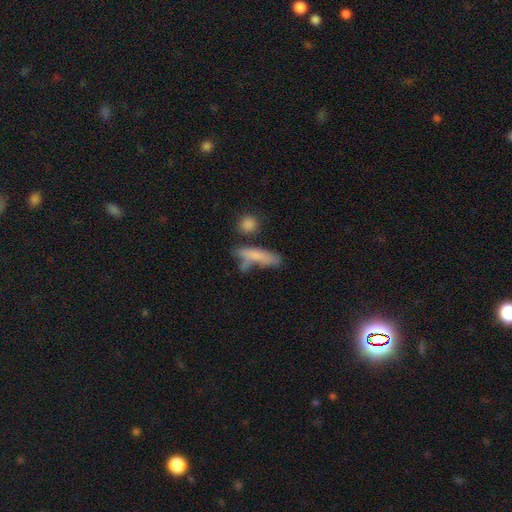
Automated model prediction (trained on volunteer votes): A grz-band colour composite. It shows a smooth galaxy with no disk features (70%) that is cigar-shaped (68%). Merging: none (50%).